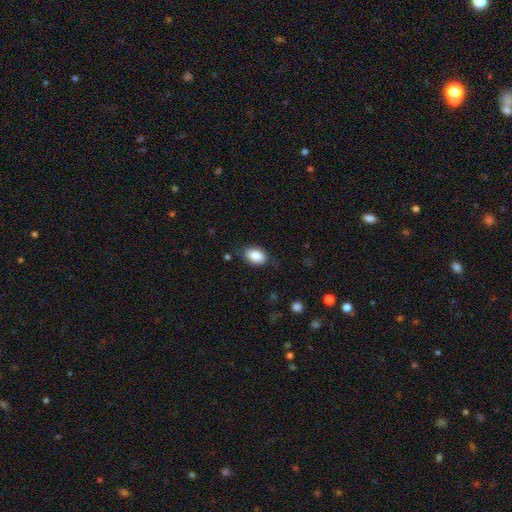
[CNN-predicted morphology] Smooth or featured: smooth — 87% (star or artifact — 7%)
How rounded: in between — 88% (round — 10%)
Merging: none — 76% (minor disturbance — 18%)